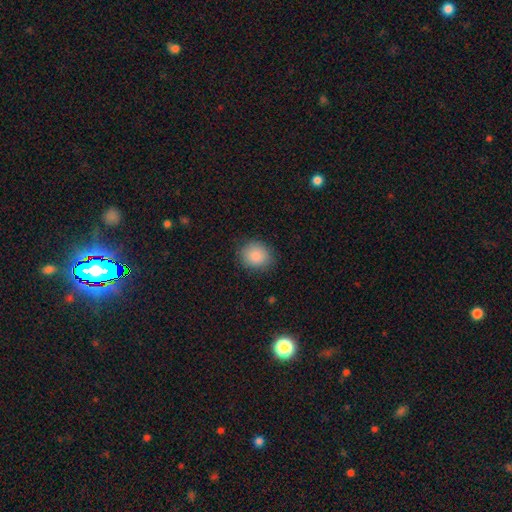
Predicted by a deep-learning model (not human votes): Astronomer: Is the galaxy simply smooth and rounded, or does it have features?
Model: smooth — 87%.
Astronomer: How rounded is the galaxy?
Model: round — 72%.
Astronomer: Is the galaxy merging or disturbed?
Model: none — 84%.